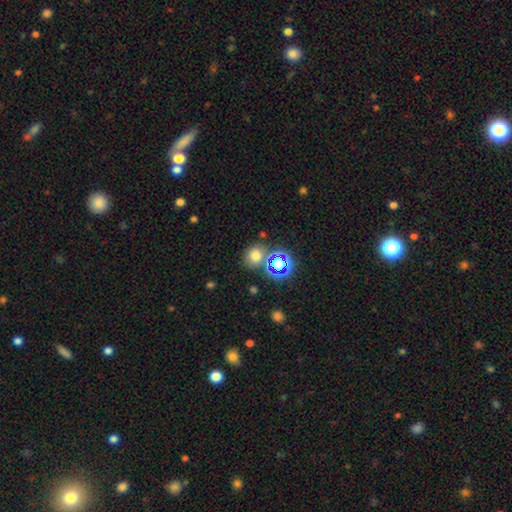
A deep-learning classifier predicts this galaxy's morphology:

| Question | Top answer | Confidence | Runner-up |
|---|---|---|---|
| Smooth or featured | smooth | 67% | star or artifact (25%) |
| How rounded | round | 68% | in between (31%) |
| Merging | none | 68% | merger (16%) |